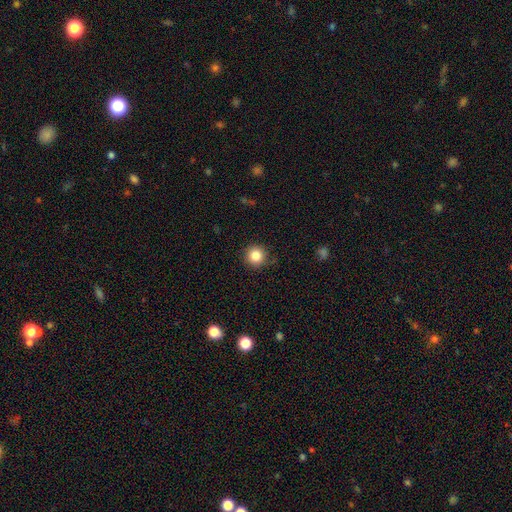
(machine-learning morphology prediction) Smooth or featured? Predicted: smooth (p=0.85). How rounded? Predicted: round (p=0.95). Merging? Predicted: none (p=0.88).